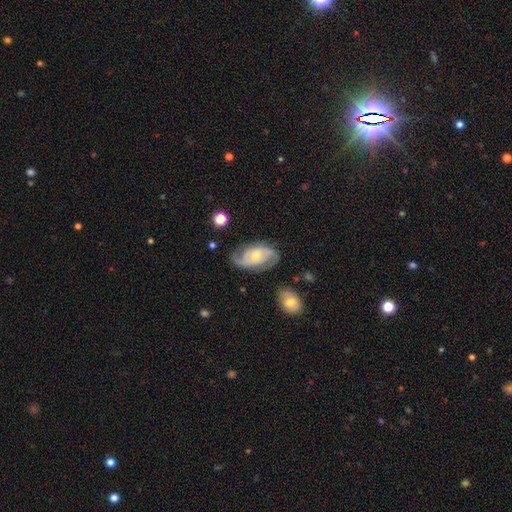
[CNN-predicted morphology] This is clearly a featured or disk galaxy (82%). It is clearly not viewed edge-on (96%). Bar: likely no (62%). Spiral arm pattern: clearly yes (94%). Spiral arm count: likely 2 (75%). Spiral winding: marginally medium (45%). Central bulge: possibly moderate (59%). Merging: likely none (69%).